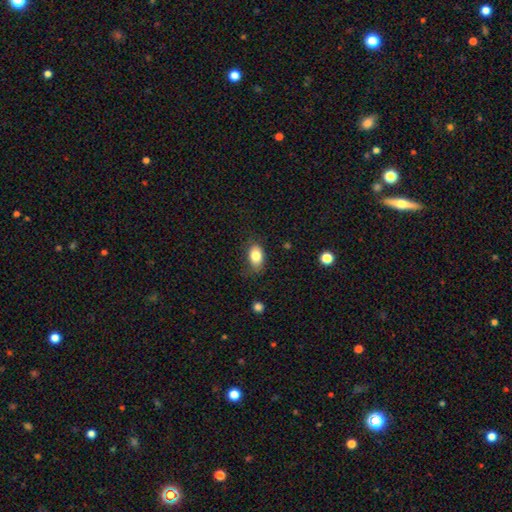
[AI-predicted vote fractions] Morphology: type=smooth (82%); roundness=in between (86%); merging=none (74%).